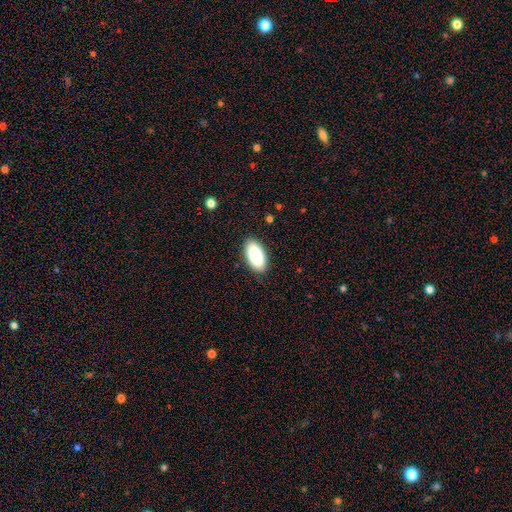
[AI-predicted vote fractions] The model was most divided on "merging": none: 88%, minor disturbance: 9%, major disturbance: 2%, merger: 1%. More confident: how rounded — in between (94%); smooth or featured — smooth (89%).